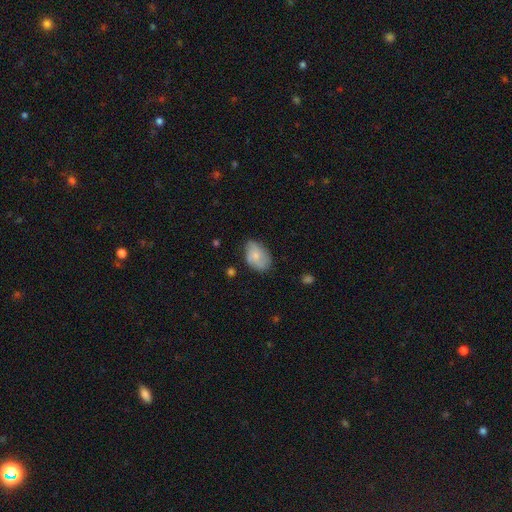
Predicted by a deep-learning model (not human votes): smooth_or_featured: smooth (p=0.58) [alt: featured or disk p=0.35]
how_rounded: in between (p=0.83) [alt: round p=0.16]
merging: none (p=0.56) [alt: minor disturbance p=0.34]